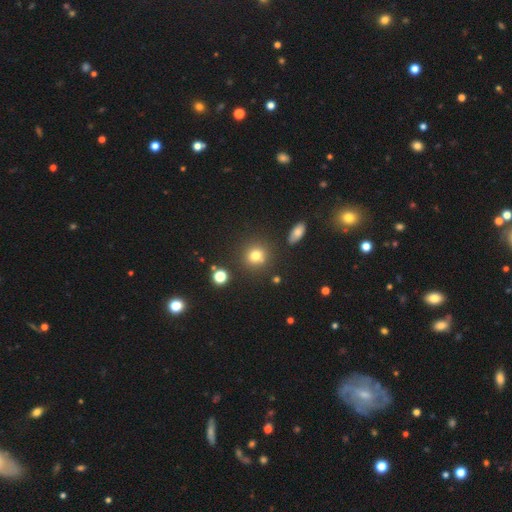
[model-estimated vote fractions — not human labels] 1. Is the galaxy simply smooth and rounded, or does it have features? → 75% smooth, 16% star or artifact, 9% featured or disk.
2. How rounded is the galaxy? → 85% round, 14% in between, 1% cigar-shaped.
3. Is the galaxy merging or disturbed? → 79% none, 10% minor disturbance, 8% merger, 3% major disturbance.